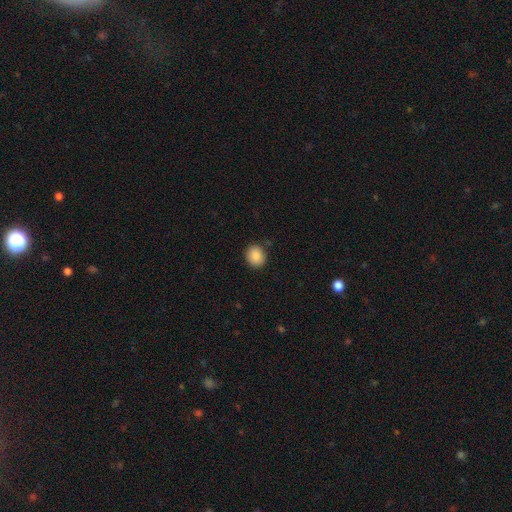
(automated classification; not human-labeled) A smooth galaxy with no disk features (87%) that is round (73%).

Vote fractions:
- Smooth or featured? smooth: 87% / star or artifact: 8% / featured or disk: 4%
- How rounded? round: 73% / in between: 27% / cigar-shaped: 1%
- Merging? none: 86% / minor disturbance: 10% / major disturbance: 2% / merger: 2%